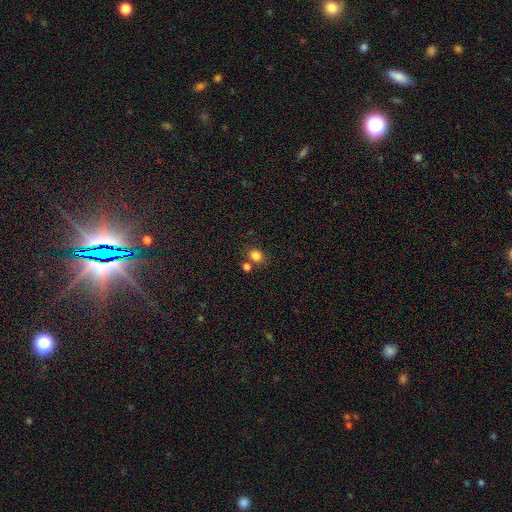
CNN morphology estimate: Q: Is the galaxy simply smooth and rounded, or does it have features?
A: smooth — 83%.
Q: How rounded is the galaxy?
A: round — 51%.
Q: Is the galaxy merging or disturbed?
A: none — 68%.